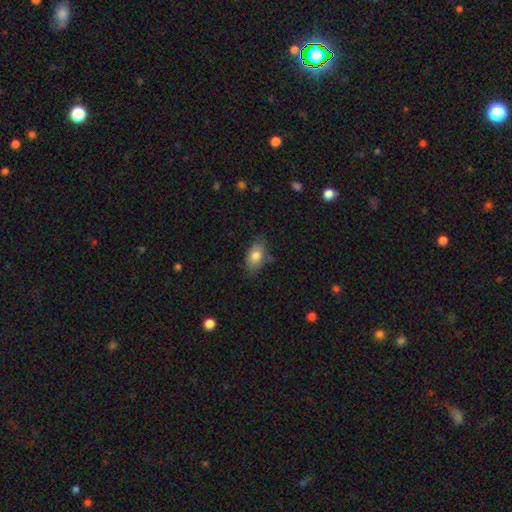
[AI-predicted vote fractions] Smooth or featured? smooth (81%)
How rounded? in between (90%)
Merging? none (75%)